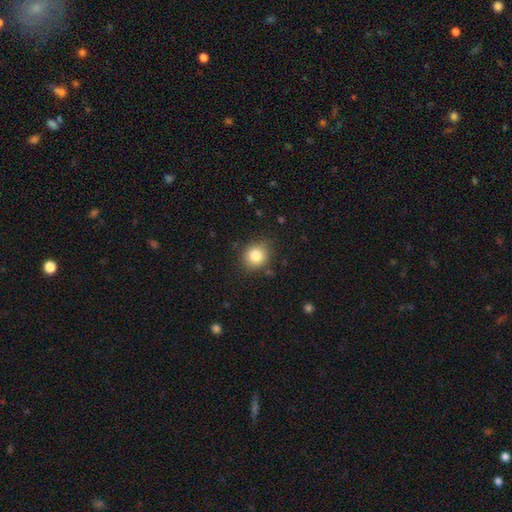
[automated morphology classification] This appears to be a smooth galaxy with no disk features (82%) that is round (79%). Merging: none (84%).